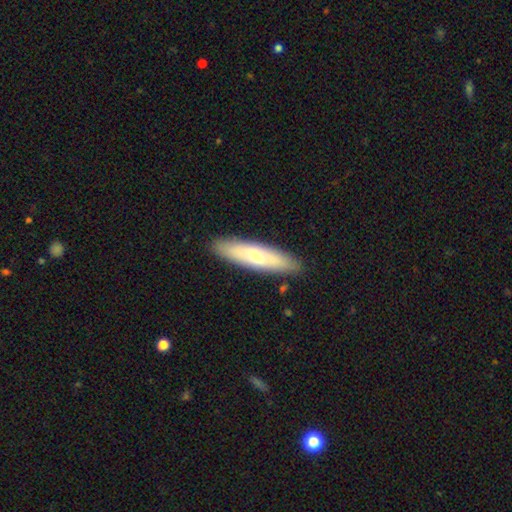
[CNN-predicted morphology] A smooth galaxy with no disk features (64%) that is cigar-shaped (73%).

Vote fractions:
- Smooth or featured? smooth: 64% / featured or disk: 31% / star or artifact: 5%
- How rounded? cigar-shaped: 73% / in between: 26% / round: 2%
- Merging? none: 88% / minor disturbance: 9% / major disturbance: 2% / merger: 1%